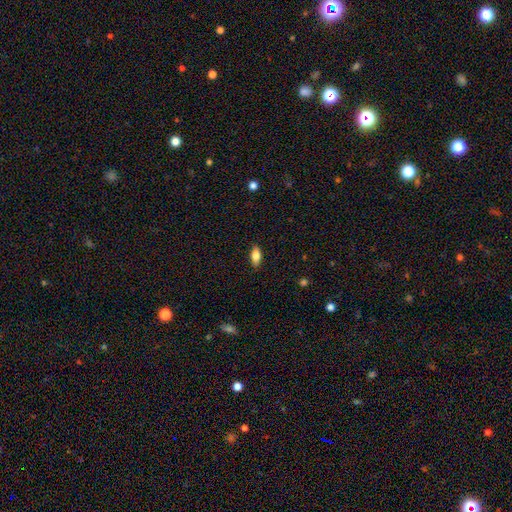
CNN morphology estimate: A smooth galaxy with no disk features (82%) that is in between round and cigar-shaped (87%).

Vote fractions:
- Smooth or featured? smooth: 82% / featured or disk: 11% / star or artifact: 7%
- How rounded? in between: 87% / cigar-shaped: 10% / round: 3%
- Merging? none: 86% / minor disturbance: 11% / major disturbance: 2% / merger: 1%